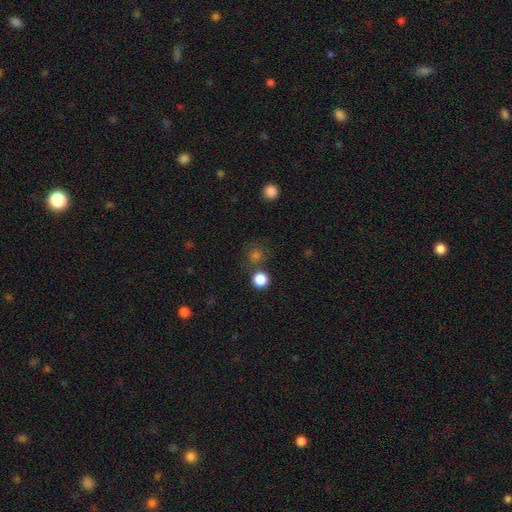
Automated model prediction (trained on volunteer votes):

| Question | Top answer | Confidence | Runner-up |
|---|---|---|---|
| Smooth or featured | smooth | 71% | star or artifact (22%) |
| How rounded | round | 90% | in between (9%) |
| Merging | none | 74% | merger (12%) |